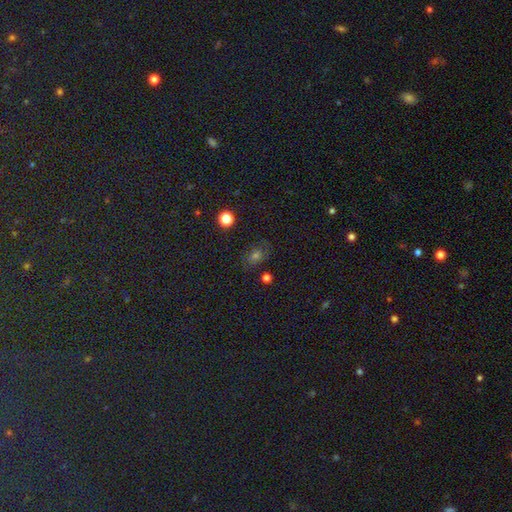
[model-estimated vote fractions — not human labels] Smooth or featured? Predicted: smooth (p=0.54). How rounded? Predicted: in between (p=0.59). Merging? Predicted: none (p=0.75).